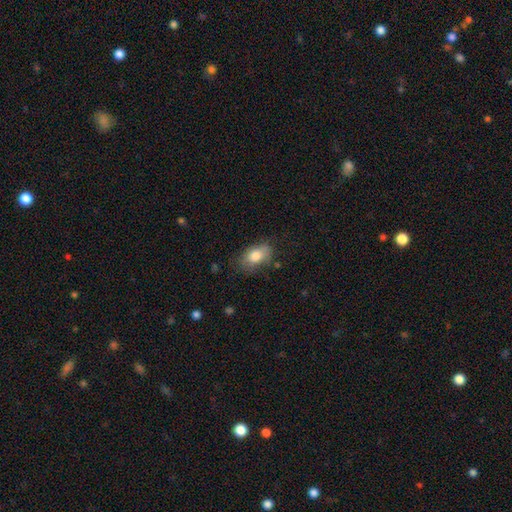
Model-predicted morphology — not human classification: Smooth or featured? smooth (81%)
How rounded? in between (86%)
Merging? none (63%)